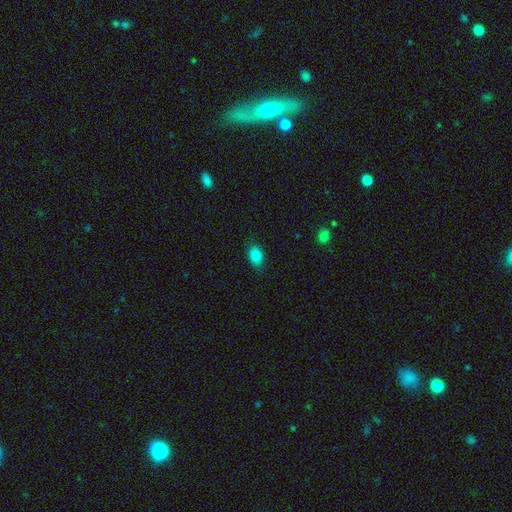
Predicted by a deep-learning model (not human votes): This appears to be a smooth galaxy with no disk features (85%) that is in between round and cigar-shaped (83%). Merging: none (85%).